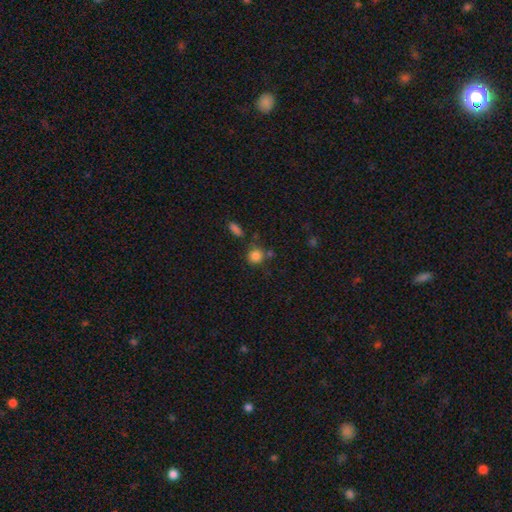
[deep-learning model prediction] smooth_or_featured: smooth (p=0.84) [alt: star or artifact p=0.12]
how_rounded: round (p=0.87) [alt: in between p=0.12]
merging: none (p=0.69) [alt: minor disturbance p=0.14]